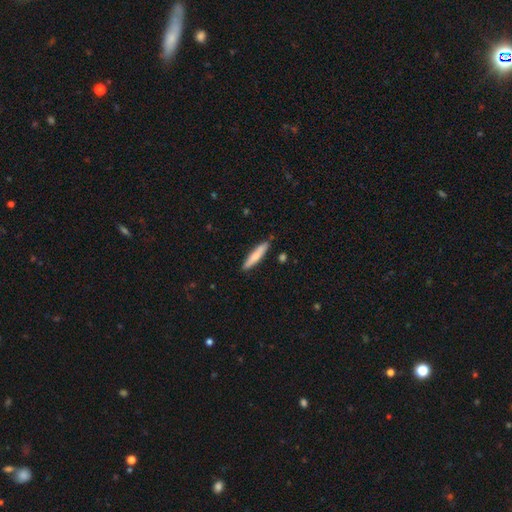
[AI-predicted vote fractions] smooth_or_featured: smooth (p=0.74) [alt: featured or disk p=0.21]
how_rounded: cigar-shaped (p=0.88) [alt: in between p=0.11]
merging: none (p=0.86) [alt: minor disturbance p=0.10]